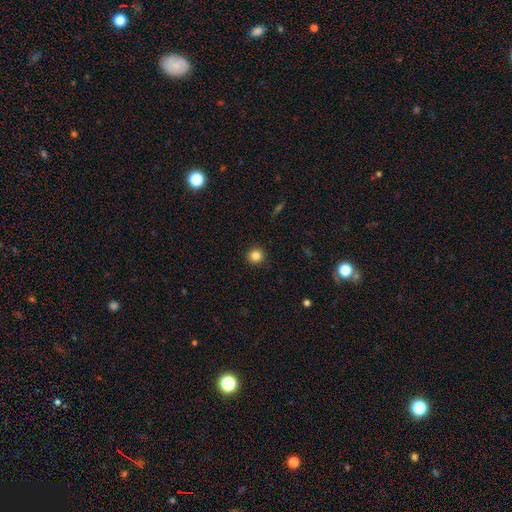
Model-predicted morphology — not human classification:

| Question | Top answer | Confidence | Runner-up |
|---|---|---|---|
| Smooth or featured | smooth | 84% | star or artifact (11%) |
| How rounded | round | 94% | in between (5%) |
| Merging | none | 92% | minor disturbance (5%) |